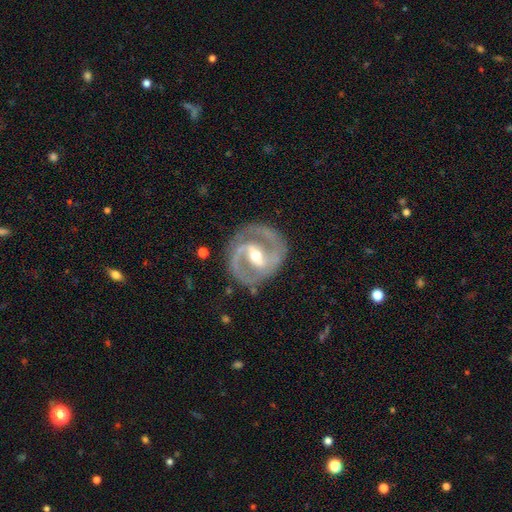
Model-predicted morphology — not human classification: This is clearly a featured or disk galaxy (88%). It is clearly not viewed edge-on (97%). Bar: possibly strong (51%). Spiral arm pattern: clearly yes (93%). Spiral arm count: clearly 2 (90%). Spiral winding: possibly medium (54%). Central bulge: likely moderate (64%). Merging: clearly none (82%).